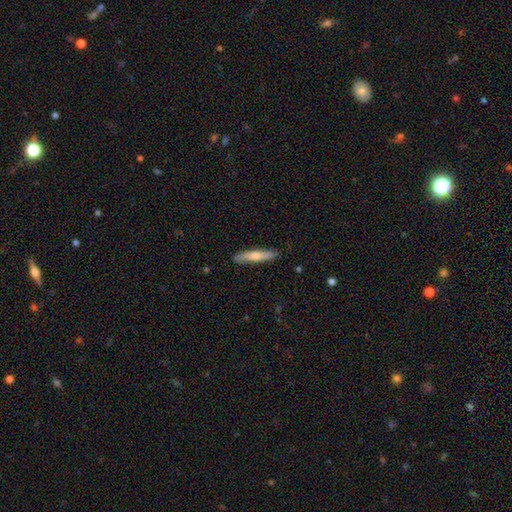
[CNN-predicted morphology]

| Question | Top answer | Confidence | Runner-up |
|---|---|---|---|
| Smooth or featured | smooth | 63% | featured or disk (31%) |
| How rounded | cigar-shaped | 90% | in between (9%) |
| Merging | none | 87% | minor disturbance (10%) |